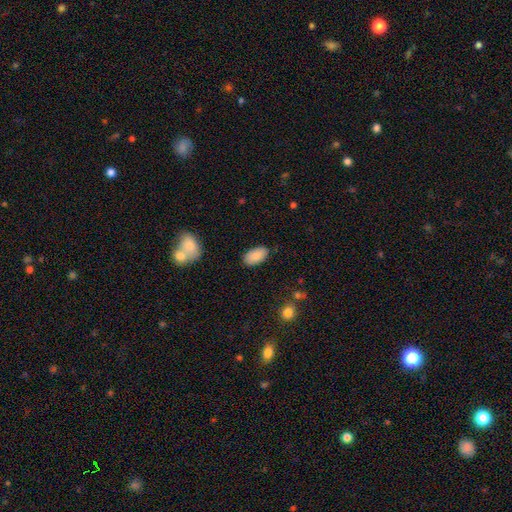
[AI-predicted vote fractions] The model was most divided on "merging": none: 85%, minor disturbance: 11%, major disturbance: 2%, merger: 2%. More confident: how rounded — in between (95%); smooth or featured — smooth (86%).